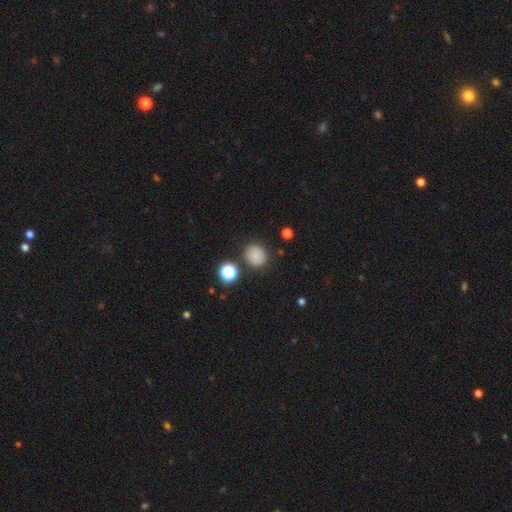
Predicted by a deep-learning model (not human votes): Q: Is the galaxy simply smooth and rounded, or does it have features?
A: smooth — 81%.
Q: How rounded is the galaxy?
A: round — 80%.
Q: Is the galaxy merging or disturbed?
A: none — 83%.